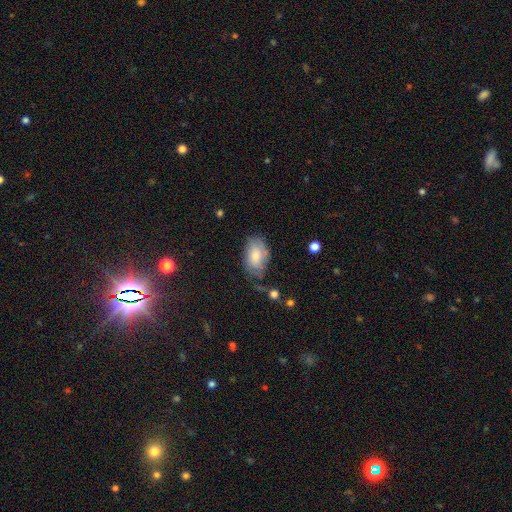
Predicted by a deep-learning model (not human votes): Smooth or featured? Predicted: smooth (p=0.75). How rounded? Predicted: in between (p=0.91). Merging? Predicted: none (p=0.57).